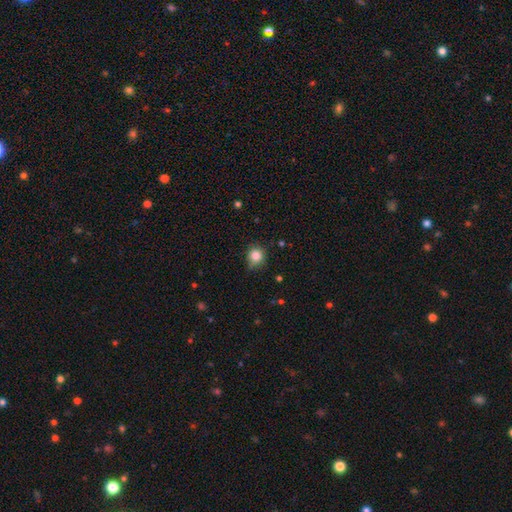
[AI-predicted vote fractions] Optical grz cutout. It shows a smooth galaxy with no disk features (84%) that is round (81%). Merging: none (70%).